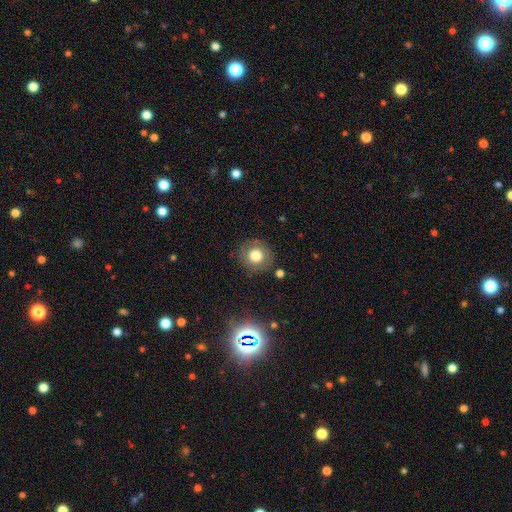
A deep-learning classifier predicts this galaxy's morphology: This is likely a smooth galaxy (74%). How rounded: clearly round (91%). Merging: clearly none (83%).